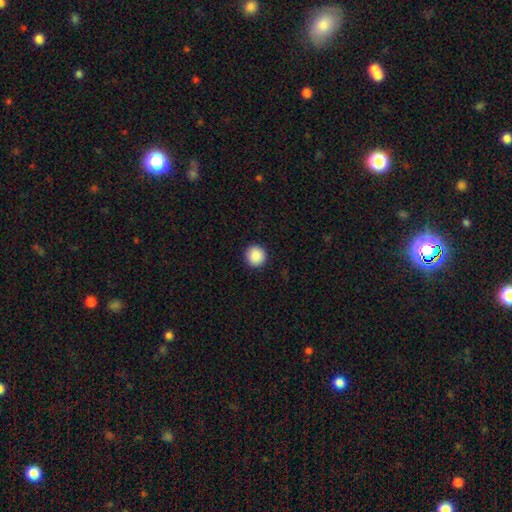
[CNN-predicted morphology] The model was most divided on "smooth or featured": smooth: 90%, star or artifact: 8%, featured or disk: 2%. More confident: how rounded — round (95%); merging — none (93%).